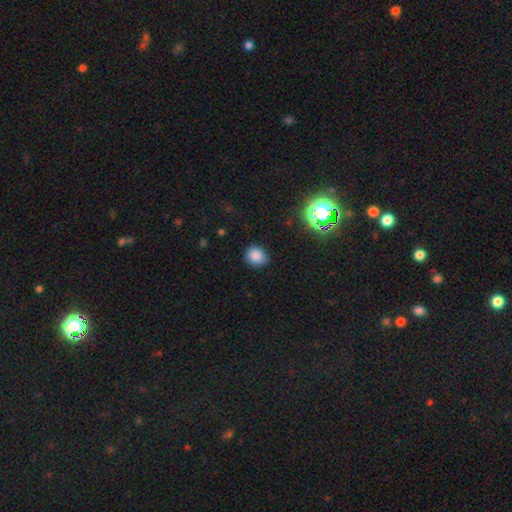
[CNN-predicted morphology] Smooth or featured? smooth (81%)
How rounded? round (69%)
Merging? none (81%)